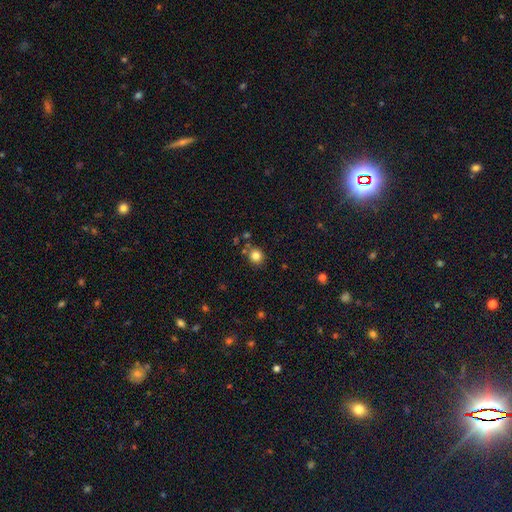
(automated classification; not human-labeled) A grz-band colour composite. It shows a smooth galaxy with no disk features (81%) that is round (85%). Merging: none (80%).